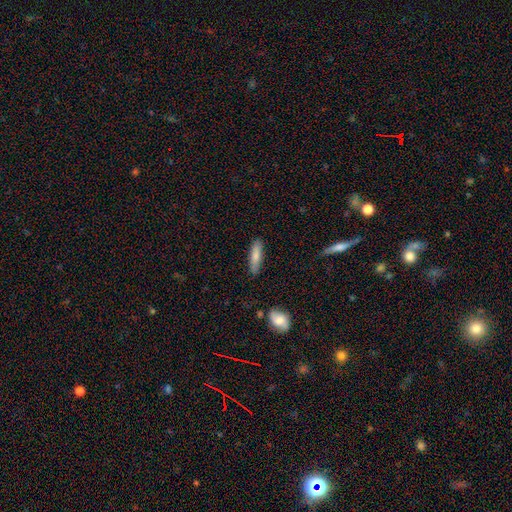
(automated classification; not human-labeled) Overall: smooth (77%). How rounded: cigar-shaped (66%; in between 33%). Merging: none (87%).